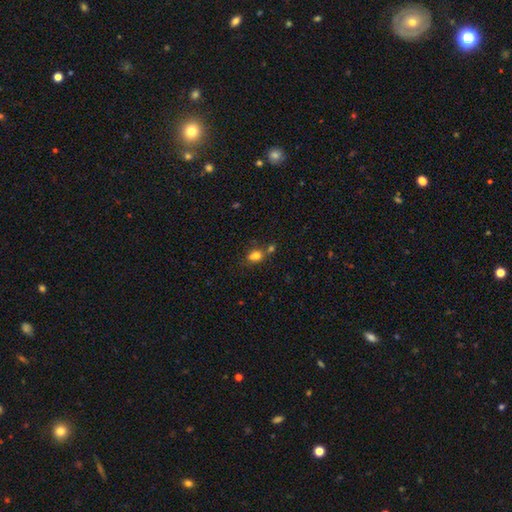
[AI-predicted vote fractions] Morphology: type=smooth (76%); roundness=in between (56%); merging=none (47%).